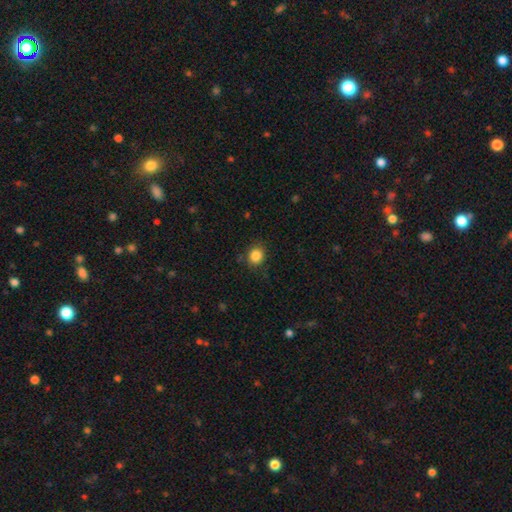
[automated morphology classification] Smooth or featured: smooth — 85% (star or artifact — 11%)
How rounded: round — 80% (in between — 19%)
Merging: none — 84% (minor disturbance — 12%)